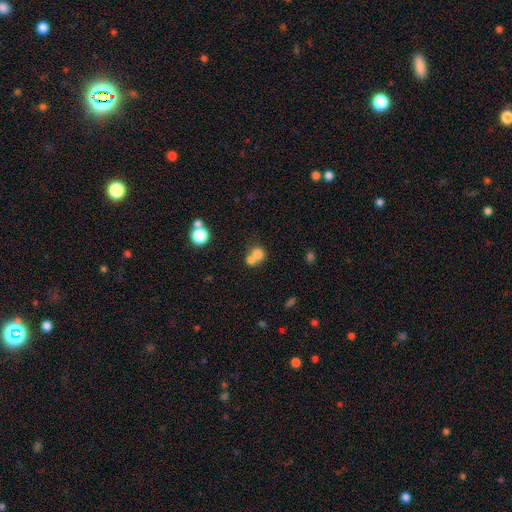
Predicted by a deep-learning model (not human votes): Q: Smooth or featured?
A: smooth (72%); runner-up: featured or disk (15%)
Q: How rounded?
A: round (78%); runner-up: in between (21%)
Q: Merging?
A: merger (57%); runner-up: none (34%)